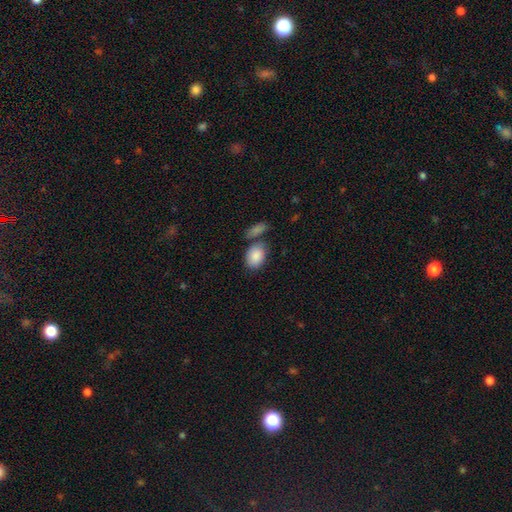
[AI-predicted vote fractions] The model was most divided on "merging": none: 58%, merger: 22%, minor disturbance: 15%, major disturbance: 5%. More confident: smooth or featured — smooth (88%); how rounded — in between (77%).